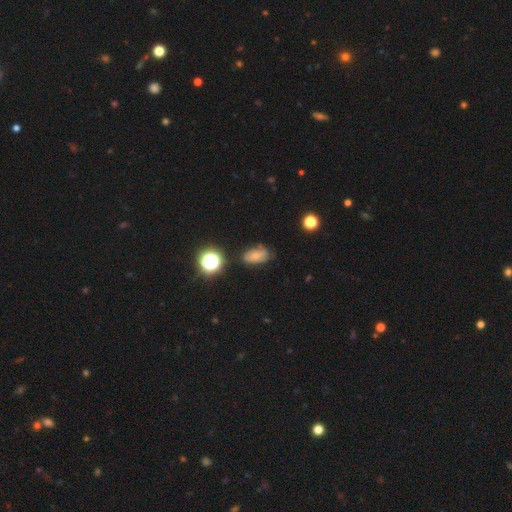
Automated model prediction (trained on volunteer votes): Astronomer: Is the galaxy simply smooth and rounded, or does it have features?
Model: smooth — 62%.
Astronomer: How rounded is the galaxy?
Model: in between — 87%.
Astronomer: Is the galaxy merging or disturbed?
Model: none — 66%.